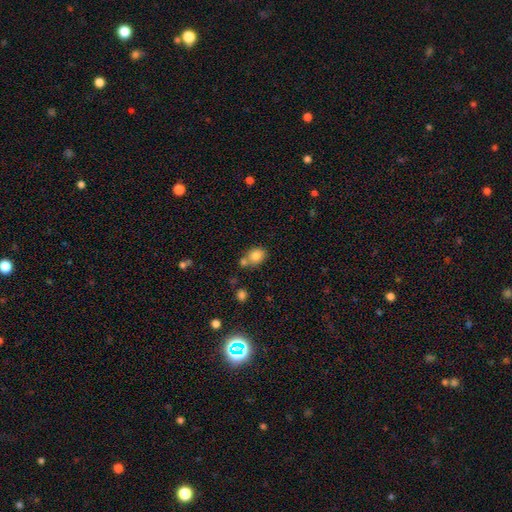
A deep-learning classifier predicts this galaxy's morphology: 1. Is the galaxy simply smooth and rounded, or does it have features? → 82% smooth, 10% star or artifact, 8% featured or disk.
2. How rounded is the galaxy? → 50% round, 49% in between, 1% cigar-shaped.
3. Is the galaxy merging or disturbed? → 52% none, 30% merger, 14% minor disturbance, 4% major disturbance.